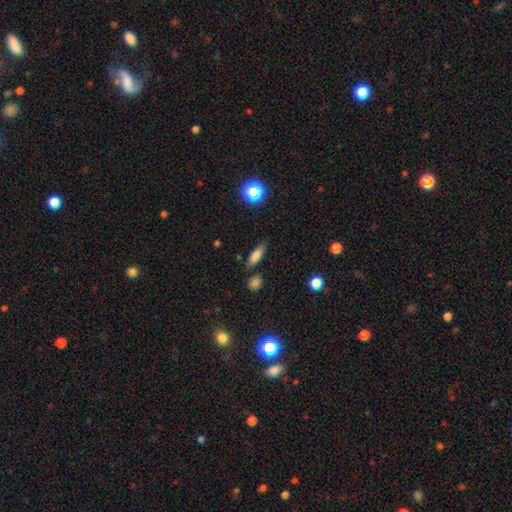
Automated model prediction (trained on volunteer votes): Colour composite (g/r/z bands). It shows a smooth galaxy with no disk features (75%) that is in between round and cigar-shaped (55%). Merging: none (78%).